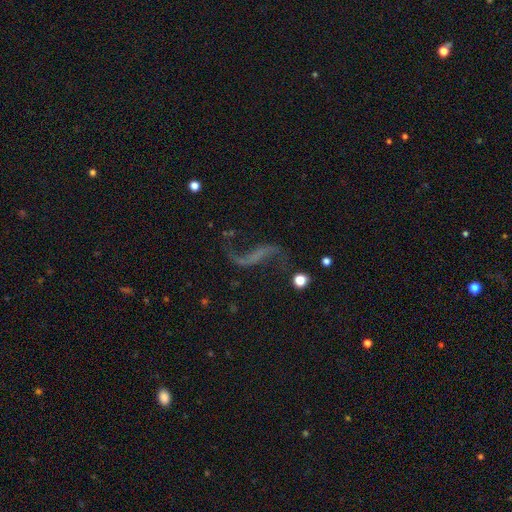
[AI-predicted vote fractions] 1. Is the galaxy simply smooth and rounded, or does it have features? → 80% featured or disk, 12% star or artifact, 9% smooth.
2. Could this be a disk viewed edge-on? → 94% no, 6% yes.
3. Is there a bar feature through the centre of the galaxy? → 35% no, 34% strong, 31% weak.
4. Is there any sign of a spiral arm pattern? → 91% yes, 9% no.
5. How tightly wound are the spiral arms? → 94% loose, 4% medium, 2% tight.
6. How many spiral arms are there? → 91% 2, 5% 1, 1% can't tell, 1% 3, 1% 4, 1% more than 4.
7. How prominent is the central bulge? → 73% none, 20% small, 4% moderate, 2% large, 1% dominant.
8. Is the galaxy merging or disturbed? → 67% none, 15% minor disturbance, 13% major disturbance, 5% merger.